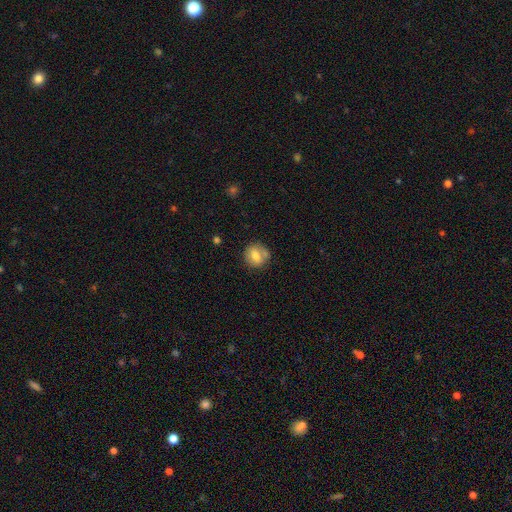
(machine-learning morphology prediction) This is likely a smooth galaxy (71%). How rounded: likely round (78%). Merging: likely none (64%).